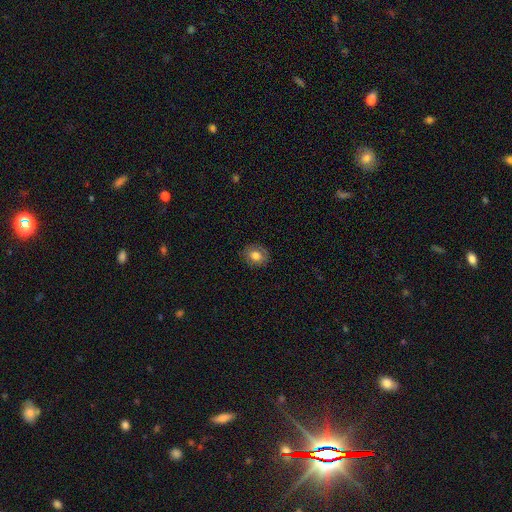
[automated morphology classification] type=smooth (76%); roundness=round (59%); merging=none (86%).